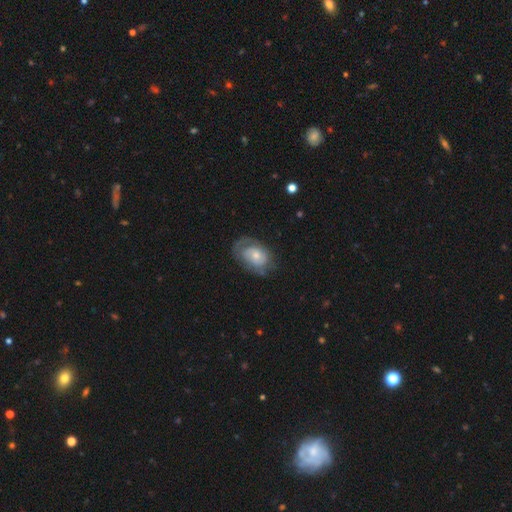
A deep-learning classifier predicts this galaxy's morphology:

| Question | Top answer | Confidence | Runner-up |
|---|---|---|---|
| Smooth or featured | featured or disk | 58% | smooth (36%) |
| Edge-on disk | no | 96% | yes (4%) |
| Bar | no | 77% | weak (20%) |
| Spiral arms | yes | 75% | no (25%) |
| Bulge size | small | 49% | moderate (41%) |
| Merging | none | 58% | minor disturbance (25%) |